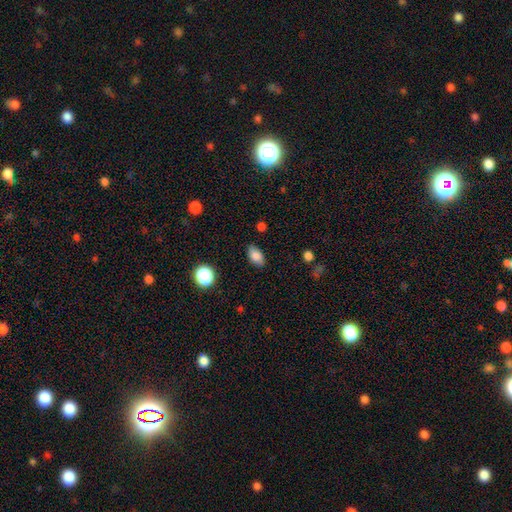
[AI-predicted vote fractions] This is clearly a smooth galaxy (84%). How rounded: clearly in between (90%). Merging: clearly none (84%).